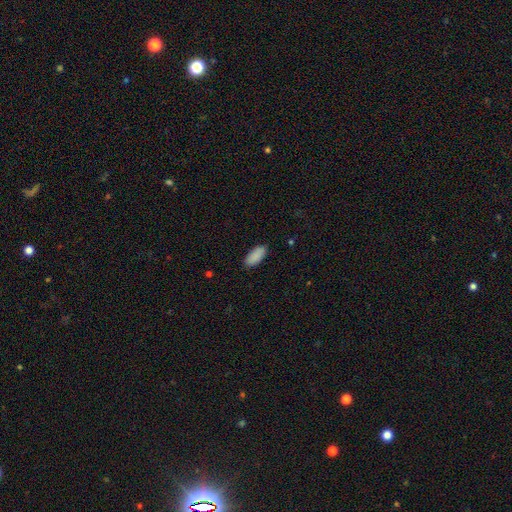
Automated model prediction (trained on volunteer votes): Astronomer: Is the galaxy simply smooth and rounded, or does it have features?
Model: smooth — 90%.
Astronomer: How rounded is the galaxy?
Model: in between — 87%.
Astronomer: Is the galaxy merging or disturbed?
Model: none — 87%.